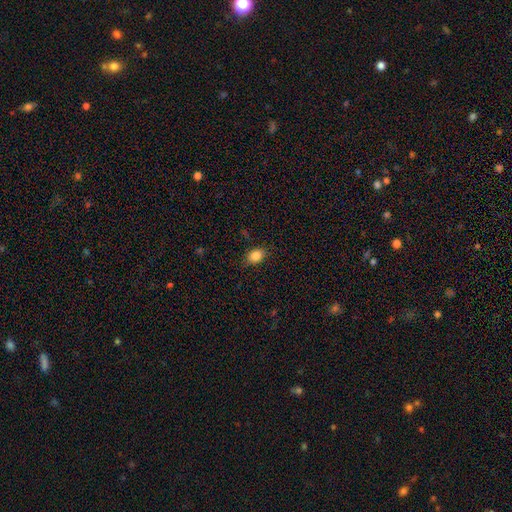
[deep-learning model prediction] Smooth or featured? Predicted: smooth (p=0.85). How rounded? Predicted: in between (p=0.70). Merging? Predicted: none (p=0.84).